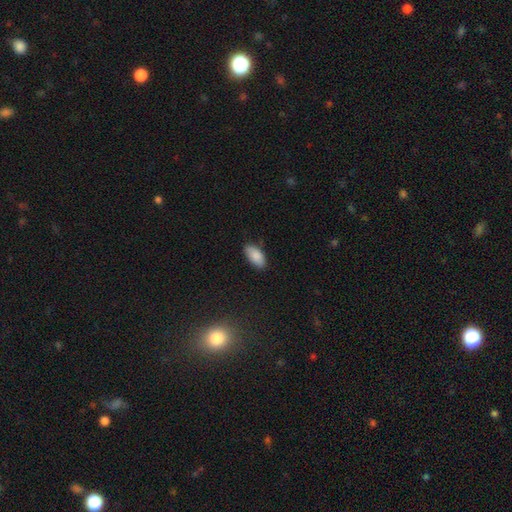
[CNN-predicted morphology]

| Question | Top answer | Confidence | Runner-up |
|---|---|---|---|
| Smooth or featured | smooth | 88% | star or artifact (7%) |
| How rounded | in between | 92% | cigar-shaped (5%) |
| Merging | none | 80% | minor disturbance (16%) |